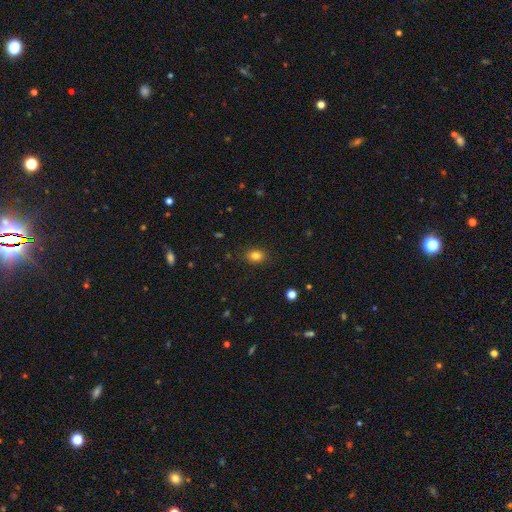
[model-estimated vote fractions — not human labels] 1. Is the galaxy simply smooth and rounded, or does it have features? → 84% smooth, 11% star or artifact, 5% featured or disk.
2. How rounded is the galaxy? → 61% in between, 37% round, 1% cigar-shaped.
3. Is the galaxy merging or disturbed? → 86% none, 10% minor disturbance, 3% major disturbance, 1% merger.